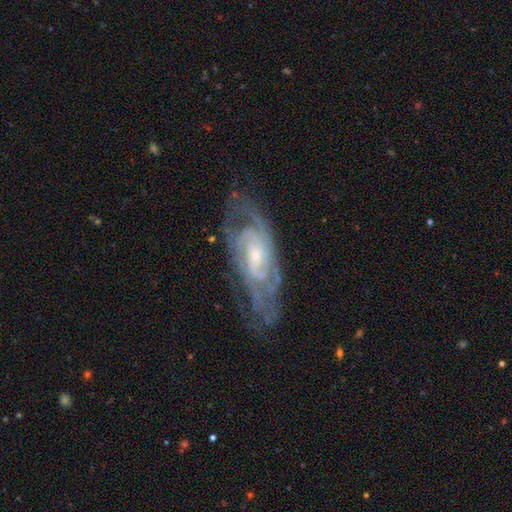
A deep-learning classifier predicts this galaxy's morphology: Smooth or featured? featured or disk (86%)
Edge-on disk? no (91%)
Bar? no (56%)
Spiral arms? yes (95%)
Spiral winding? tight (61%)
Spiral arm count? can't tell (35%)
Bulge size? small (67%)
Merging? none (69%)